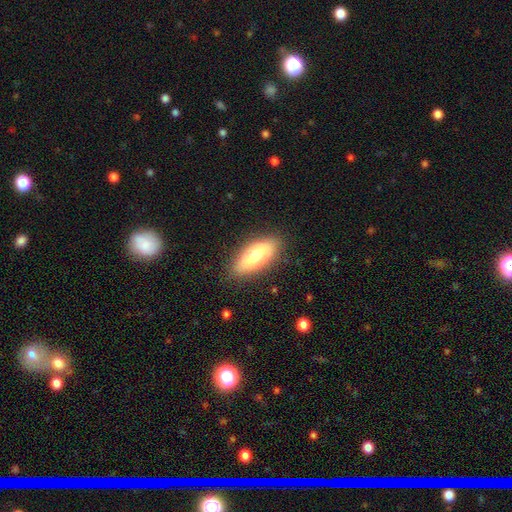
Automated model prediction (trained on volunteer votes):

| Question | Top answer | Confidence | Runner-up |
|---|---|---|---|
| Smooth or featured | smooth | 75% | featured or disk (19%) |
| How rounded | in between | 77% | cigar-shaped (21%) |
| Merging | none | 85% | minor disturbance (11%) |